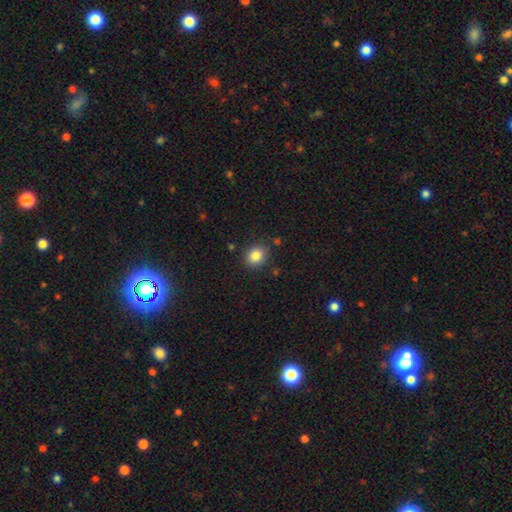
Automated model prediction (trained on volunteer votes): smooth-or-featured: smooth: 84% | star or artifact: 10% | featured or disk: 6%
  how-rounded: round: 62% | in between: 37% | cigar-shaped: 1%
  merging: none: 84% | minor disturbance: 10% | major disturbance: 3% | merger: 3%